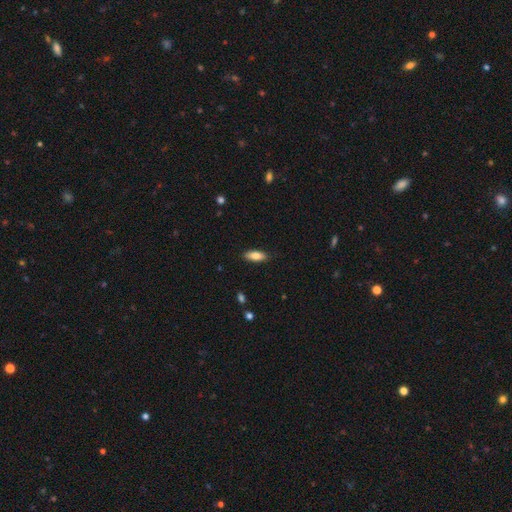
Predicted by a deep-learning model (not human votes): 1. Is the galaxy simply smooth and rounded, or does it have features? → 79% smooth, 14% featured or disk, 6% star or artifact.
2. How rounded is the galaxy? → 75% in between, 23% cigar-shaped, 2% round.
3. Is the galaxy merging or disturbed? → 87% none, 10% minor disturbance, 2% major disturbance, 1% merger.